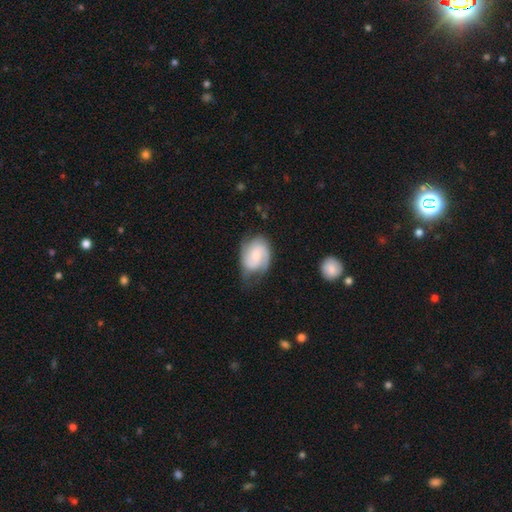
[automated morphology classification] type=featured or disk (71%); edge-on=no (97%); bar=no (53%); spiral arms=yes (94%); winding=medium (43%); arm count=2 (63%); bulge=small (45%); merging=none (56%).